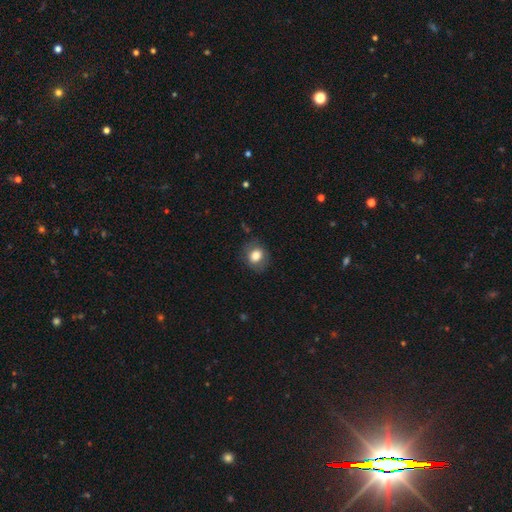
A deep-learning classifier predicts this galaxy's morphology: A smooth galaxy with no disk features (79%) that is round (55%).

Vote fractions:
- Smooth or featured? smooth: 79% / featured or disk: 12% / star or artifact: 8%
- How rounded? round: 55% / in between: 44% / cigar-shaped: 1%
- Merging? none: 79% / minor disturbance: 15% / major disturbance: 5% / merger: 1%